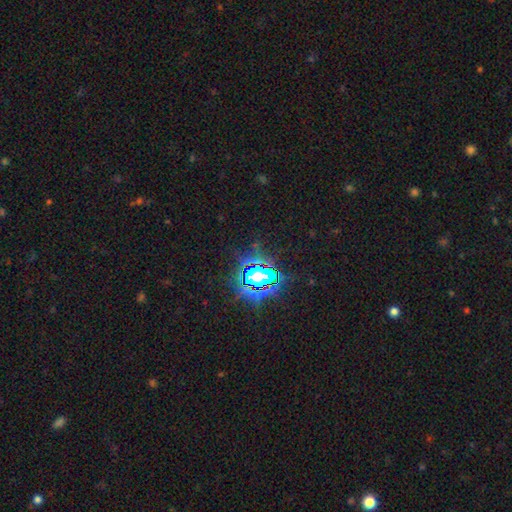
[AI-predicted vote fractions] Q: Smooth or featured?
A: star or artifact (82%); runner-up: smooth (11%)